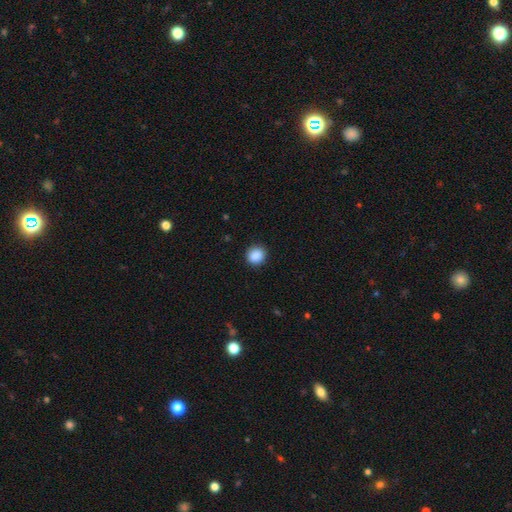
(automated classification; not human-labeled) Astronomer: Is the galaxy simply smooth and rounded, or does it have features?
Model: smooth — 89%.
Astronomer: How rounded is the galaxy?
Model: round — 86%.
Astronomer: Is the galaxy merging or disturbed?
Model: none — 91%.